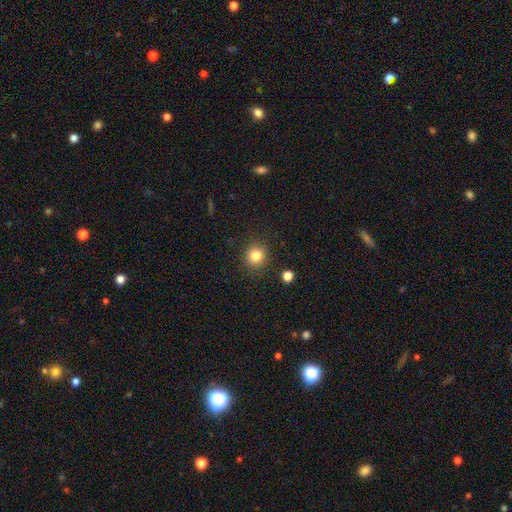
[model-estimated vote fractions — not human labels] A smooth galaxy with no disk features (83%) that is round (91%).

Vote fractions:
- Smooth or featured? smooth: 83% / star or artifact: 12% / featured or disk: 5%
- How rounded? round: 91% / in between: 8% / cigar-shaped: 1%
- Merging? none: 88% / minor disturbance: 7% / major disturbance: 3% / merger: 2%